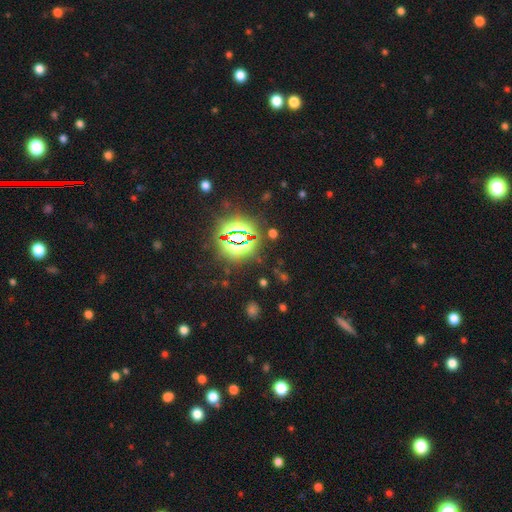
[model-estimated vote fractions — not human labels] smooth_or_featured: star or artifact (p=0.80) [alt: smooth p=0.13]